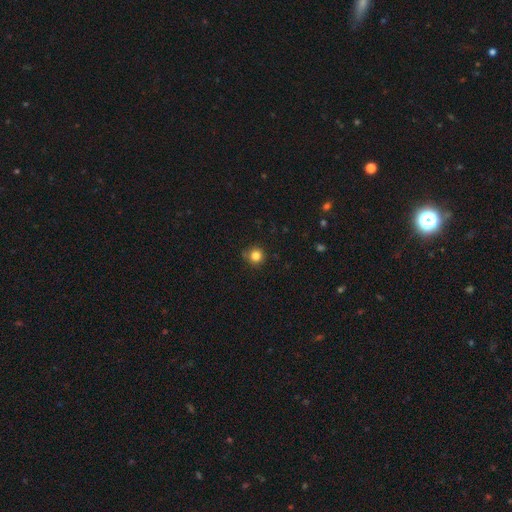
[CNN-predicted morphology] This is clearly a smooth galaxy (83%). How rounded: clearly round (93%). Merging: clearly none (81%).